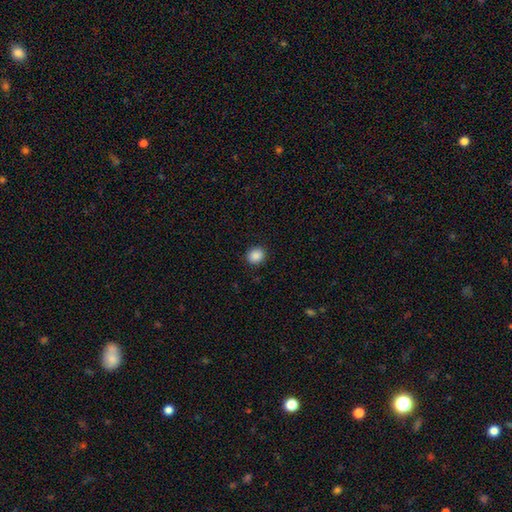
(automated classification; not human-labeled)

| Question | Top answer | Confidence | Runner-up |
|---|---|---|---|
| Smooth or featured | smooth | 88% | star or artifact (9%) |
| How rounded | round | 83% | in between (16%) |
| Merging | none | 91% | minor disturbance (6%) |